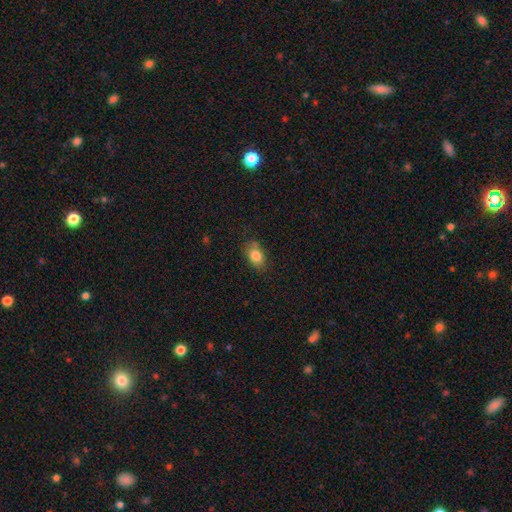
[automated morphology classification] This is clearly a smooth galaxy (83%). How rounded: likely in between (77%). Merging: likely none (77%).